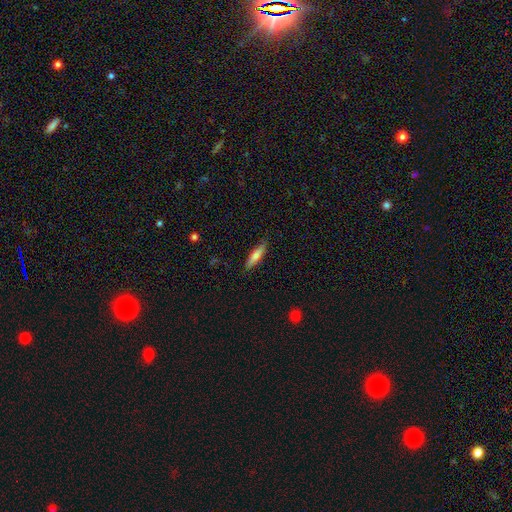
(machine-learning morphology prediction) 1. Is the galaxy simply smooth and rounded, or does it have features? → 66% smooth, 28% featured or disk, 6% star or artifact.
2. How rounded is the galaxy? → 73% cigar-shaped, 25% in between, 2% round.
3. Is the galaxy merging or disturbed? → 85% none, 12% minor disturbance, 2% major disturbance, 1% merger.